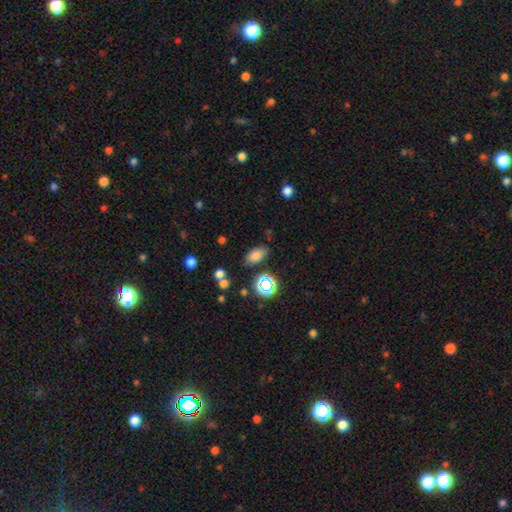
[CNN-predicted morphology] Smooth or featured? Predicted: smooth (p=0.75). How rounded? Predicted: in between (p=0.89). Merging? Predicted: none (p=0.78).